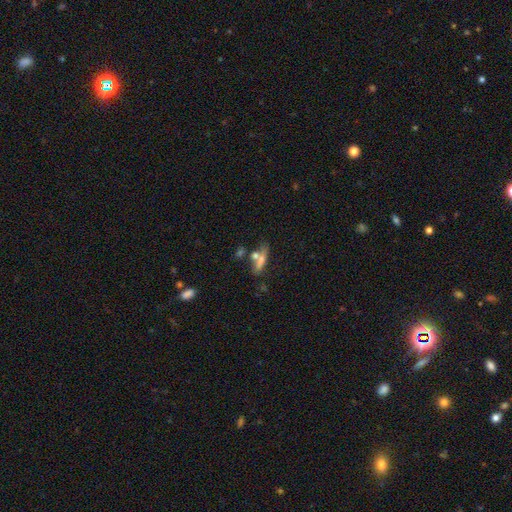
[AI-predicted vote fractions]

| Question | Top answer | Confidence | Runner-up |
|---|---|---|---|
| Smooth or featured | smooth | 59% | featured or disk (30%) |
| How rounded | cigar-shaped | 55% | in between (36%) |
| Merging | none | 45% | merger (31%) |